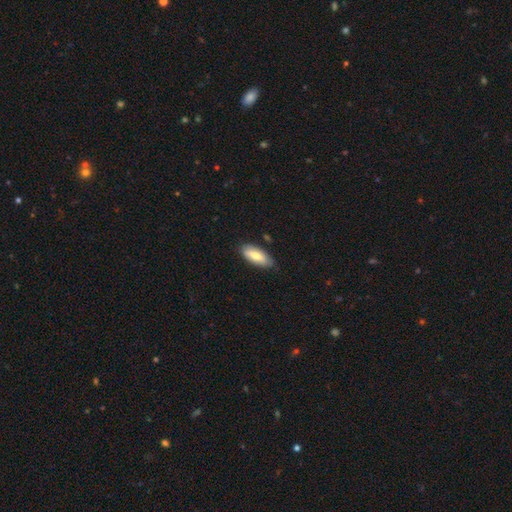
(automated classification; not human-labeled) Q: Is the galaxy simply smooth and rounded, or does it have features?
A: smooth — 72%.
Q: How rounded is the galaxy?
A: in between — 78%.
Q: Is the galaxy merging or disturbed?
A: none — 83%.